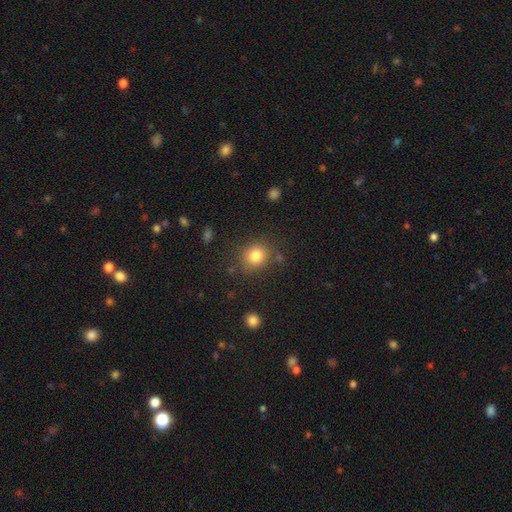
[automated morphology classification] smooth 81%, star or artifact 12%, featured or disk 7%. Down the decision tree: how rounded — round (75%); merging — none (80%).